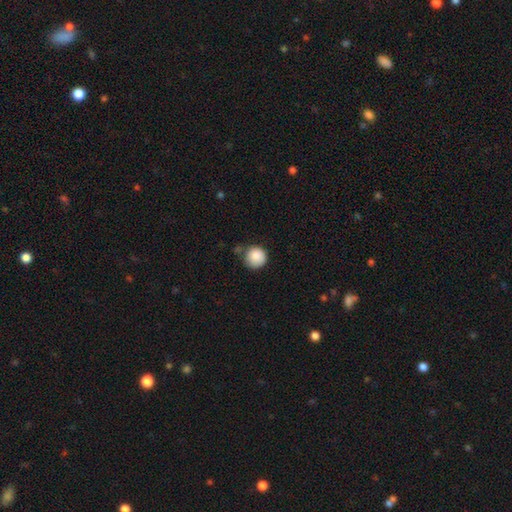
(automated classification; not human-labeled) A smooth galaxy with no disk features (87%) that is round (94%). Merging: none (70%).